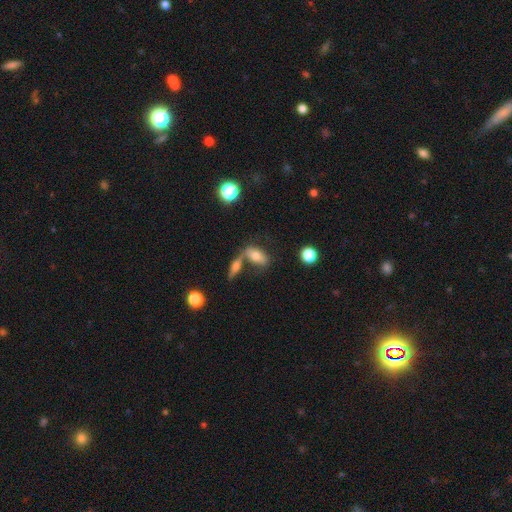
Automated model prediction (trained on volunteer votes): This is likely a smooth galaxy (66%). How rounded: clearly in between (84%). Merging: marginally none (45%).